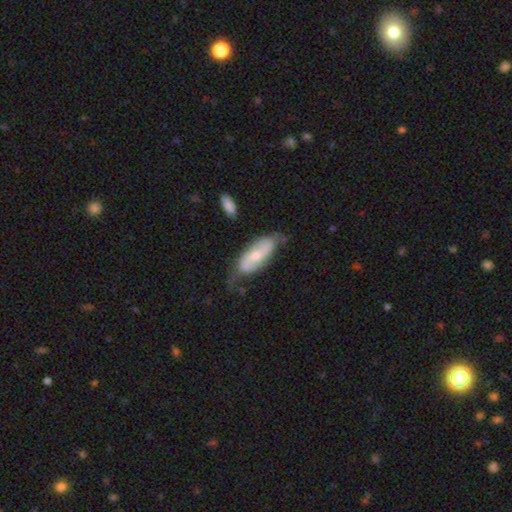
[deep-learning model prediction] The model was most divided on "merging": none: 47%, minor disturbance: 36%, major disturbance: 13%, merger: 5%. More confident: edge-on disk — no (87%); smooth or featured — featured or disk (54%).